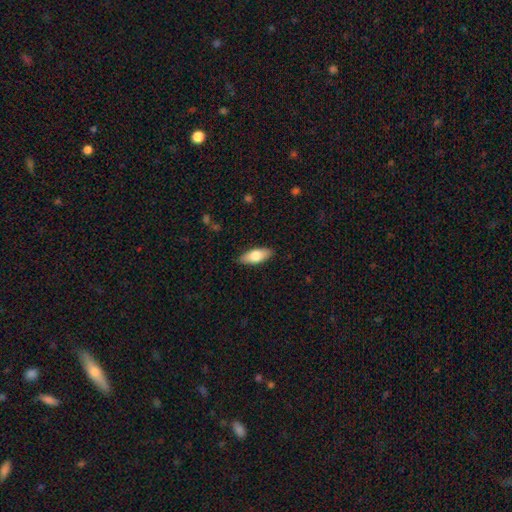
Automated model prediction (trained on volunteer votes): Q: Smooth or featured?
A: smooth (74%); runner-up: featured or disk (20%)
Q: How rounded?
A: in between (79%); runner-up: cigar-shaped (19%)
Q: Merging?
A: none (88%); runner-up: minor disturbance (9%)